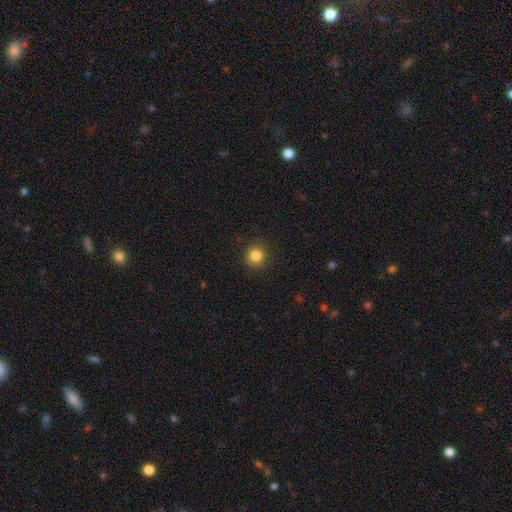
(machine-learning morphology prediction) smooth_or_featured: smooth (p=0.84) [alt: star or artifact p=0.12]
how_rounded: round (p=0.93) [alt: in between p=0.07]
merging: none (p=0.90) [alt: minor disturbance p=0.07]